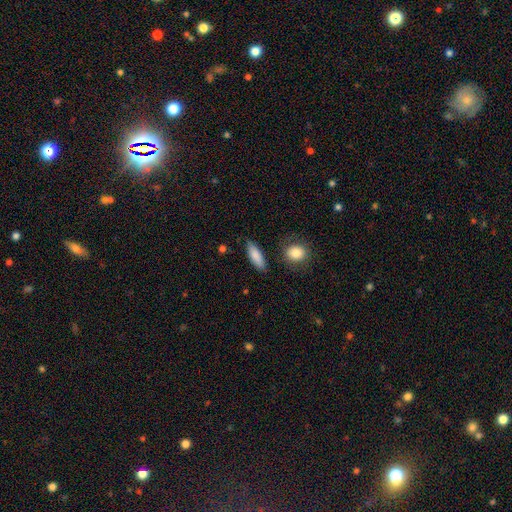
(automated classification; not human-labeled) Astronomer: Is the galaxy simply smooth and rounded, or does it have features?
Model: smooth — 86%.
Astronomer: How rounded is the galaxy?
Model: in between — 66%.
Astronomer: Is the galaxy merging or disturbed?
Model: none — 81%.